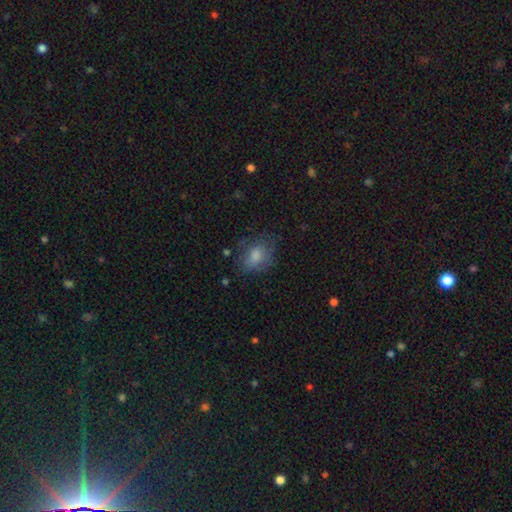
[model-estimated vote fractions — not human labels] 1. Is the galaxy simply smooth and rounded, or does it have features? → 73% smooth, 18% featured or disk, 10% star or artifact.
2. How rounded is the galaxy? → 60% in between, 38% round, 1% cigar-shaped.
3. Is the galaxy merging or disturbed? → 56% none, 25% minor disturbance, 17% major disturbance, 2% merger.